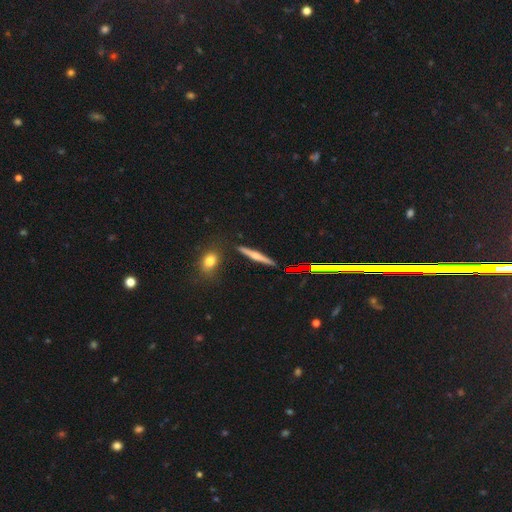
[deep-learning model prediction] A featured or disk galaxy (52%) viewed edge-on (95%).

Vote fractions:
- Smooth or featured? featured or disk: 52% / smooth: 37% / star or artifact: 11%
- Edge-on disk? yes: 95% / no: 5%
- Merging? none: 87% / minor disturbance: 9% / merger: 3% / major disturbance: 2%